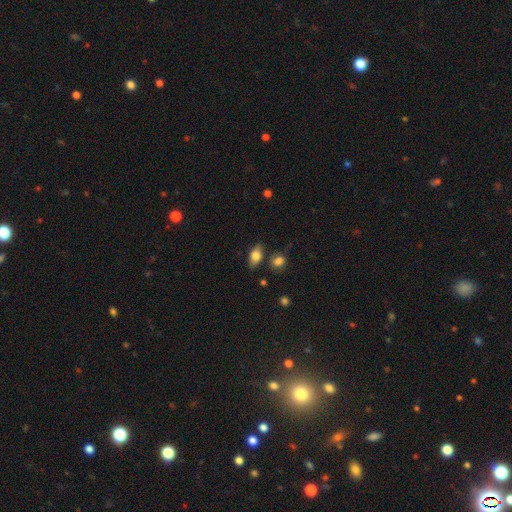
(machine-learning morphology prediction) This appears to be a smooth galaxy with no disk features (75%) that is in between round and cigar-shaped (84%). Merging: none (73%).